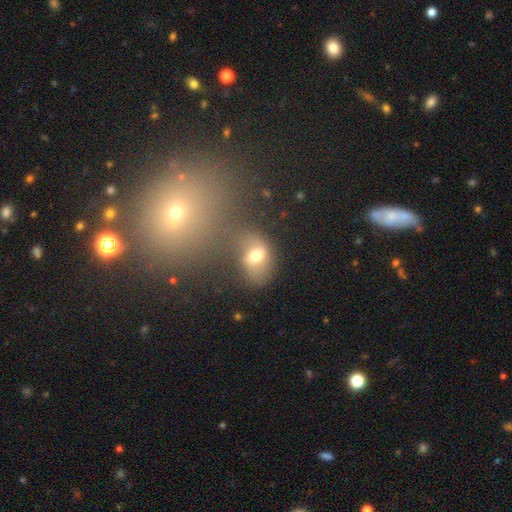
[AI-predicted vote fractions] Overall: smooth (61%; featured or disk 24%). How rounded: in between (69%; round 29%). Merging: none (45%; merger 20%).